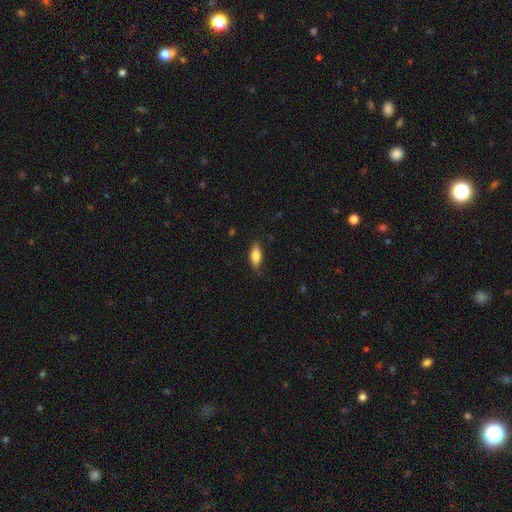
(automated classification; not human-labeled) smooth_or_featured: smooth (p=0.75) [alt: featured or disk p=0.19]
how_rounded: in between (p=0.74) [alt: cigar-shaped p=0.23]
merging: none (p=0.70) [alt: minor disturbance p=0.24]